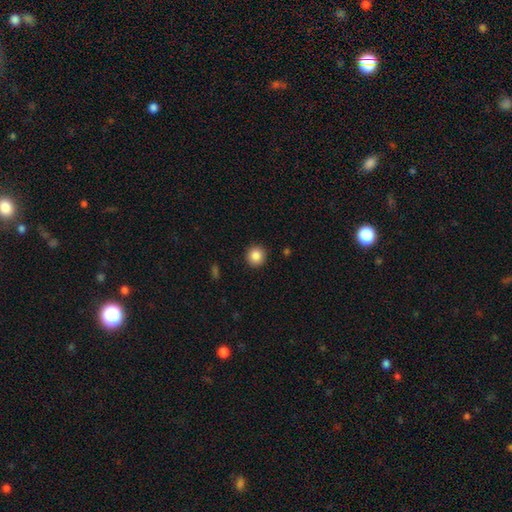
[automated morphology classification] This is clearly a smooth galaxy (87%). How rounded: clearly round (92%). Merging: clearly none (92%).